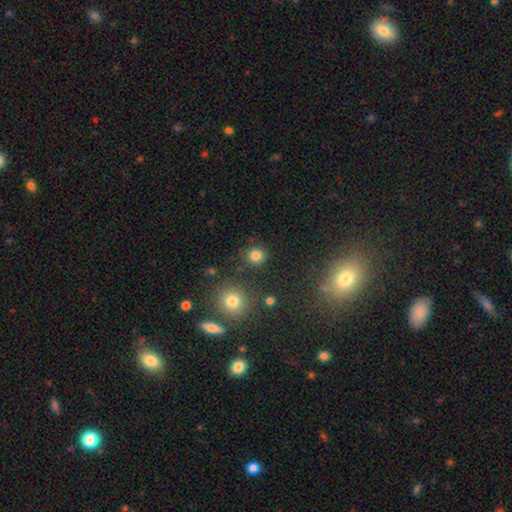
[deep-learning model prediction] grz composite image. It shows a smooth galaxy with no disk features (81%) that is round (87%). Merging: none (86%).